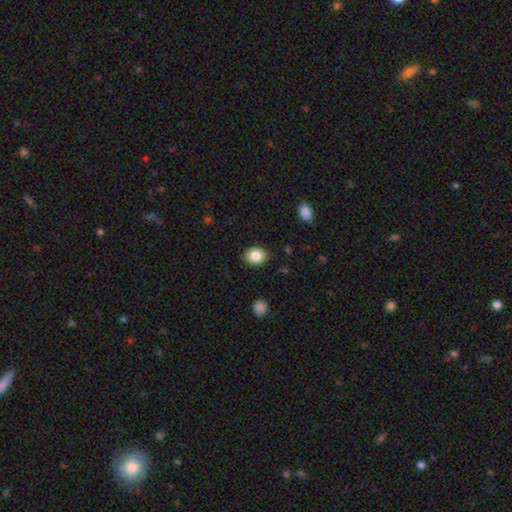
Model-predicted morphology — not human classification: The model was most divided on "how rounded": in between: 53%, round: 46%, cigar-shaped: 1%. More confident: merging — none (88%); smooth or featured — smooth (86%).